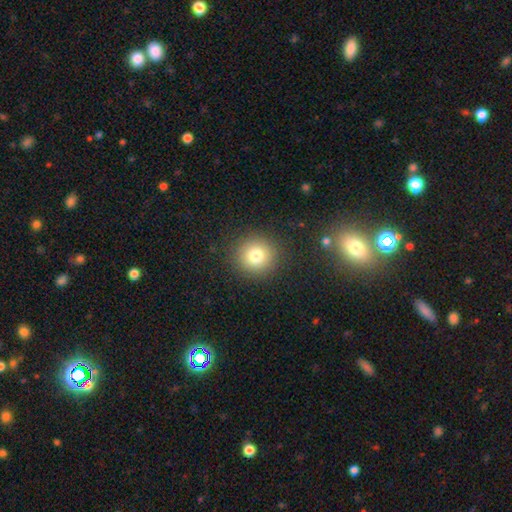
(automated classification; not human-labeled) Smooth or featured: smooth — 78% (star or artifact — 13%)
How rounded: round — 92% (in between — 7%)
Merging: none — 90% (minor disturbance — 6%)